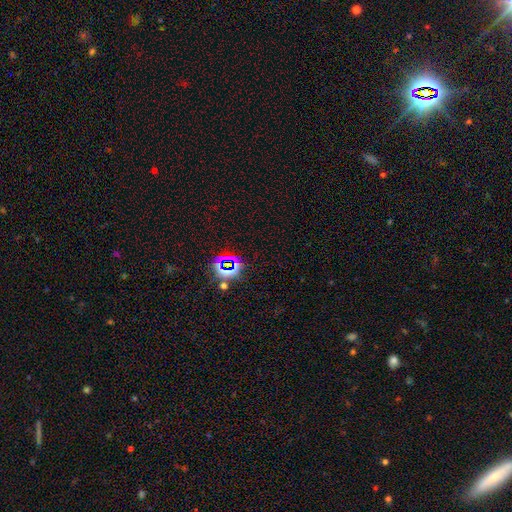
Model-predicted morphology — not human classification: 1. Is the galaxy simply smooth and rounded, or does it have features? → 73% star or artifact, 19% smooth, 8% featured or disk.